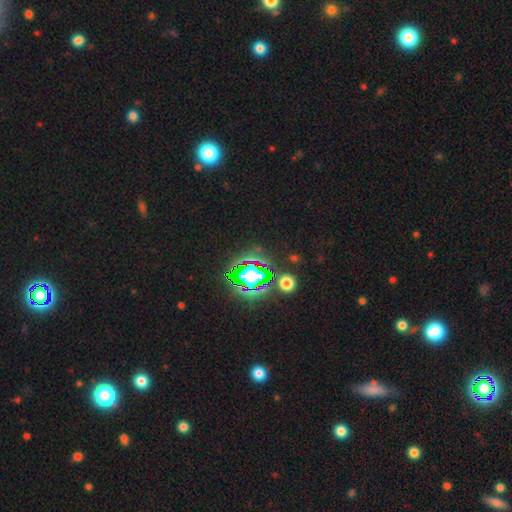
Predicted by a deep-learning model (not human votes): Smooth or featured: star or artifact — 81% (smooth — 11%)